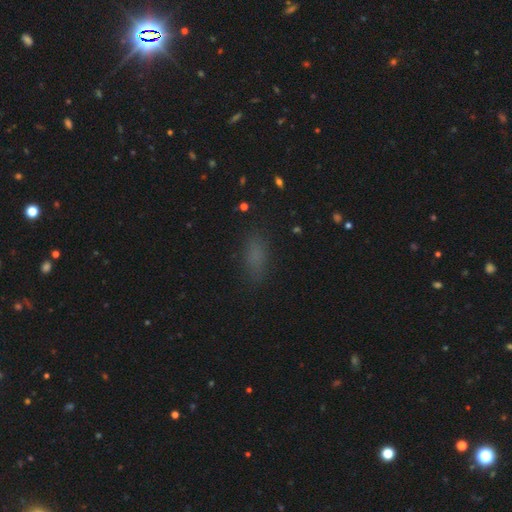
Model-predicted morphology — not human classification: This appears to be a smooth galaxy with no disk features (75%) that is in between round and cigar-shaped (77%). Merging: none (80%).